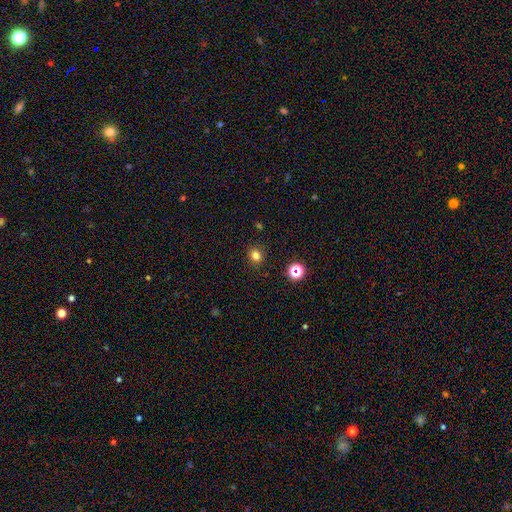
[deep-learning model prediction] Smooth or featured?
  - smooth: 78% *
  - star or artifact: 16%
  - featured or disk: 6%
How rounded?
  - round: 74% *
  - in between: 26%
  - cigar-shaped: 1%
Merging?
  - none: 89% *
  - minor disturbance: 7%
  - major disturbance: 2%
  - merger: 2%